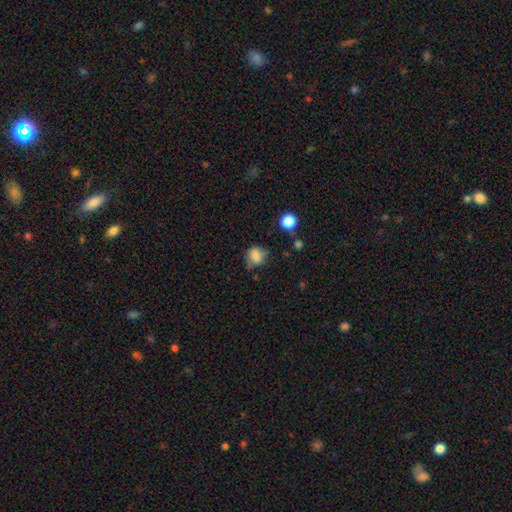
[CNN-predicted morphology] type=smooth (76%); roundness=round (65%); merging=none (55%).